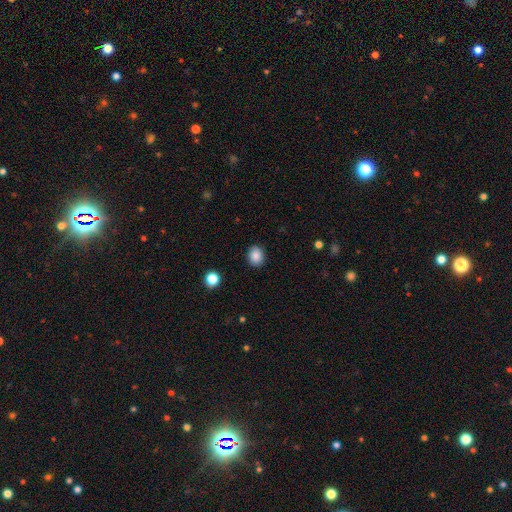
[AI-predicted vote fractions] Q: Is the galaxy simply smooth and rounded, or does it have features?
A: smooth — 87%.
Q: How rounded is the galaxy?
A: round — 54%.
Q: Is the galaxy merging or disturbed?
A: none — 89%.